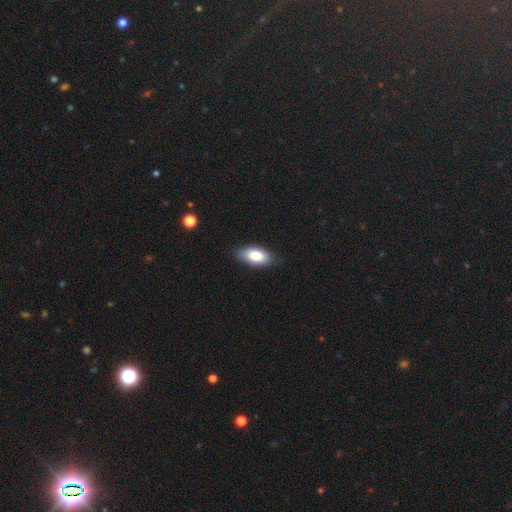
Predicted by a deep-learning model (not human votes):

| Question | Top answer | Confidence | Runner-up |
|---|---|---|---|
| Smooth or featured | smooth | 84% | featured or disk (9%) |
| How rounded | in between | 91% | cigar-shaped (6%) |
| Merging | none | 83% | minor disturbance (13%) |